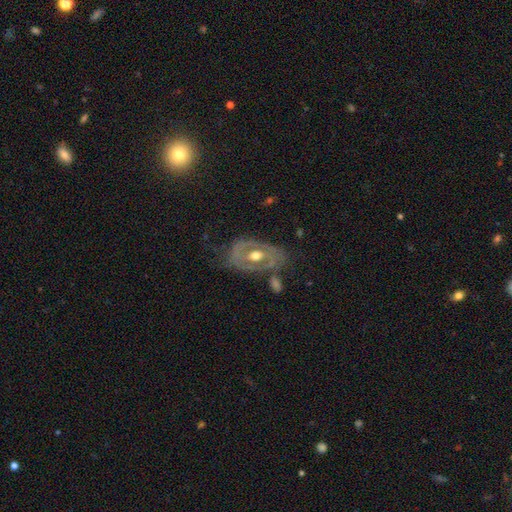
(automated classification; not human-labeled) This appears to be a featured or disk galaxy (78%) with no bar (59%), spiral arms (61%) and a moderate central bulge (79%). Merging: none (57%).